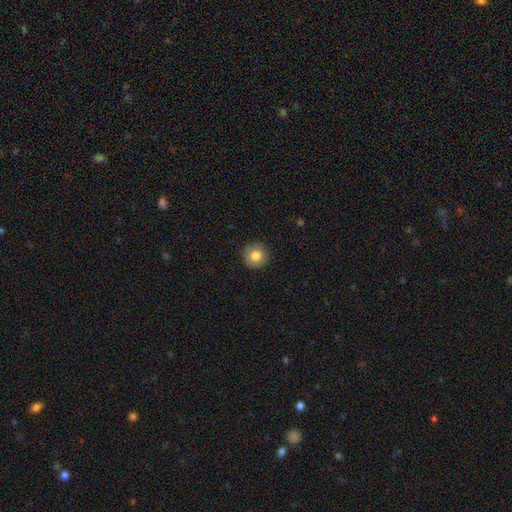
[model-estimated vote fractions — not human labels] This is clearly a smooth galaxy (80%). How rounded: clearly round (95%). Merging: clearly none (91%).